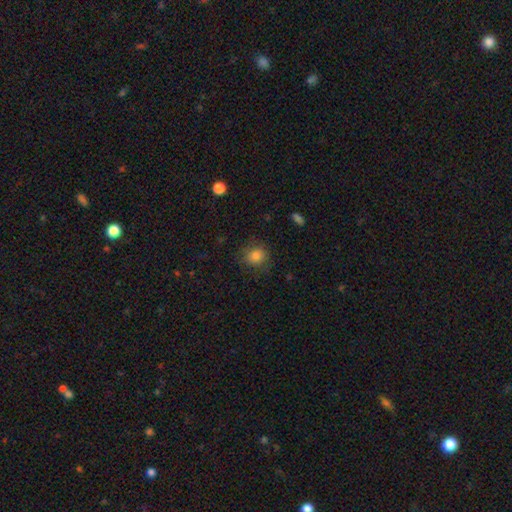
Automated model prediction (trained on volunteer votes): A smooth galaxy with no disk features (83%) that is round (80%).

Vote fractions:
- Smooth or featured? smooth: 83% / star or artifact: 10% / featured or disk: 6%
- How rounded? round: 80% / in between: 19% / cigar-shaped: 1%
- Merging? none: 80% / minor disturbance: 14% / major disturbance: 5% / merger: 1%